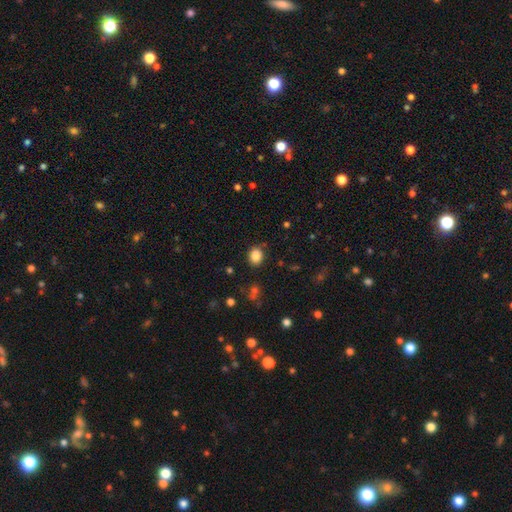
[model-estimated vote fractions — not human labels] Smooth or featured? smooth (85%)
How rounded? round (59%)
Merging? none (84%)